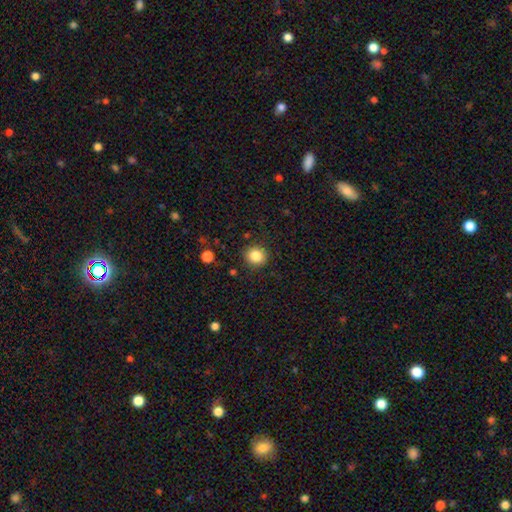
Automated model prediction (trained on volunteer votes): Smooth or featured?
  - smooth: 85% *
  - star or artifact: 10%
  - featured or disk: 5%
How rounded?
  - round: 86% *
  - in between: 13%
  - cigar-shaped: 1%
Merging?
  - none: 88% *
  - minor disturbance: 8%
  - major disturbance: 3%
  - merger: 1%